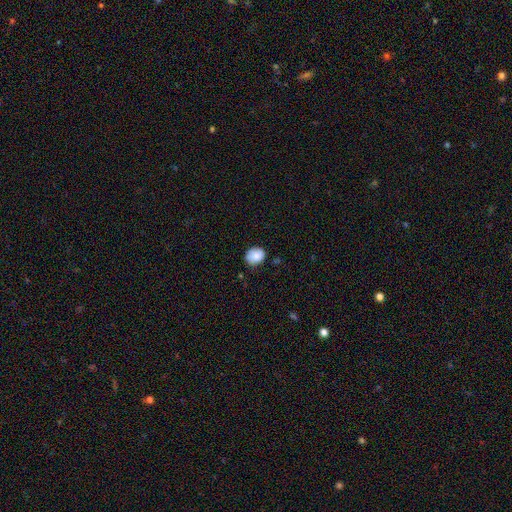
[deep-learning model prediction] Overall: smooth (86%). How rounded: round (60%; in between 39%). Merging: none (75%).